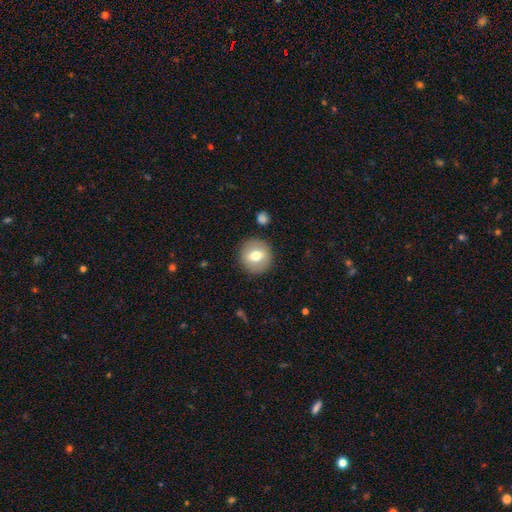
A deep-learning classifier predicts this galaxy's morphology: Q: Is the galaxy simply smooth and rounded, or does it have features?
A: smooth — 67%.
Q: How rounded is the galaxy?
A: round — 89%.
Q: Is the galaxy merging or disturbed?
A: none — 89%.